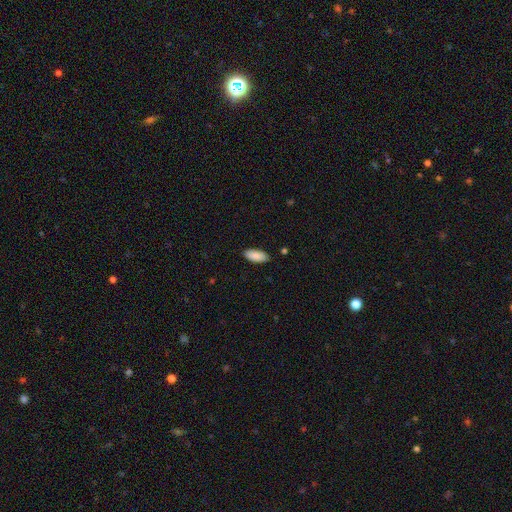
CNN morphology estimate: smooth_or_featured: smooth (p=0.89) [alt: star or artifact p=0.06]
how_rounded: in between (p=0.88) [alt: cigar-shaped p=0.11]
merging: none (p=0.87) [alt: minor disturbance p=0.10]